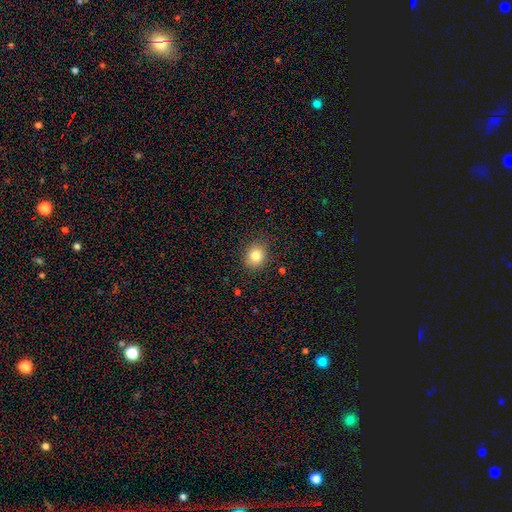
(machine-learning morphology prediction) This is clearly a smooth galaxy (82%). How rounded: likely round (71%). Merging: clearly none (87%).